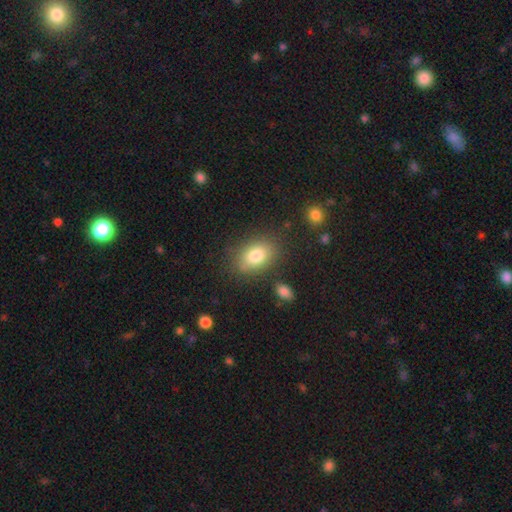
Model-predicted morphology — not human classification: Q: Smooth or featured?
A: smooth (80%); runner-up: featured or disk (11%)
Q: How rounded?
A: in between (81%); runner-up: round (18%)
Q: Merging?
A: none (79%); runner-up: minor disturbance (13%)